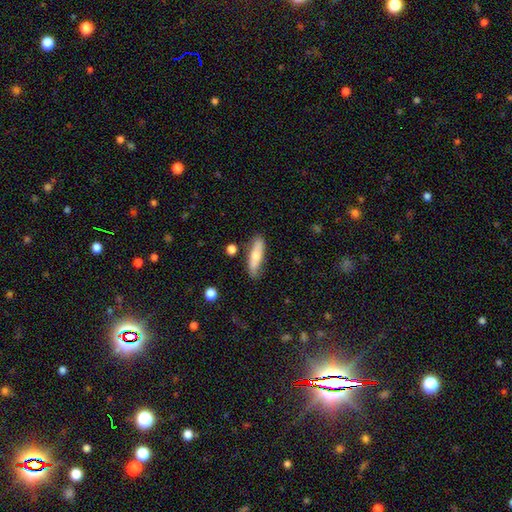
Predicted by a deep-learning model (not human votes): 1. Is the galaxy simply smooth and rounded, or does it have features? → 67% smooth, 26% featured or disk, 6% star or artifact.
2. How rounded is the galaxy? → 64% cigar-shaped, 33% in between, 2% round.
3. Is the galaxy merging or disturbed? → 77% none, 16% minor disturbance, 4% merger, 3% major disturbance.